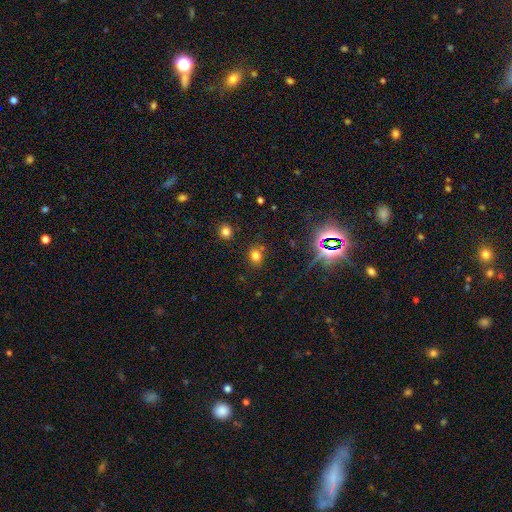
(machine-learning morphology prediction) Smooth or featured?
  - smooth: 71% *
  - star or artifact: 22%
  - featured or disk: 7%
How rounded?
  - round: 64% *
  - in between: 34%
  - cigar-shaped: 1%
Merging?
  - none: 78% *
  - minor disturbance: 11%
  - merger: 7%
  - major disturbance: 4%